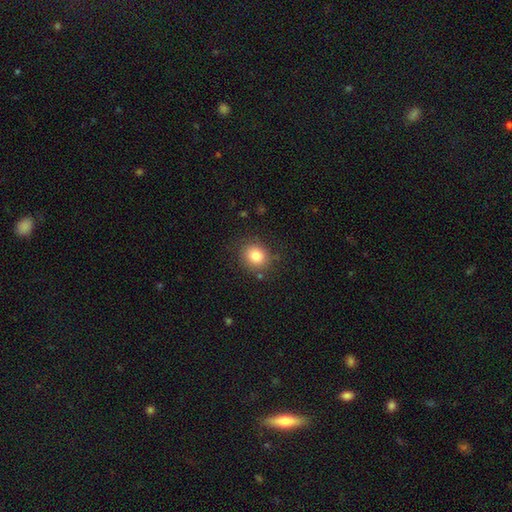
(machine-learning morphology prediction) A smooth galaxy with no disk features (81%) that is round (74%).

Vote fractions:
- Smooth or featured? smooth: 81% / star or artifact: 11% / featured or disk: 8%
- How rounded? round: 74% / in between: 25% / cigar-shaped: 1%
- Merging? none: 82% / minor disturbance: 12% / major disturbance: 4% / merger: 2%